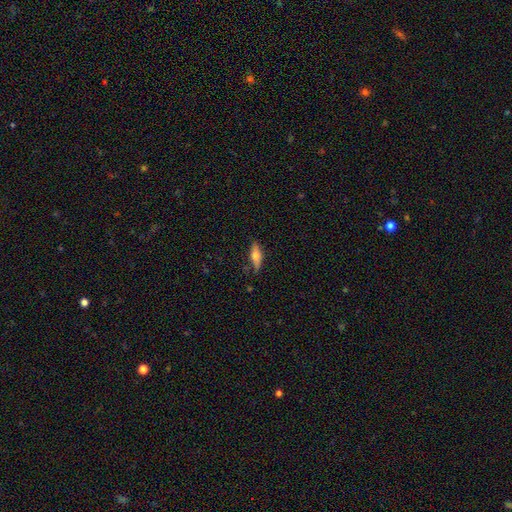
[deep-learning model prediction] Q: Smooth or featured?
A: smooth (58%); runner-up: featured or disk (35%)
Q: How rounded?
A: cigar-shaped (50%); runner-up: in between (47%)
Q: Merging?
A: none (76%); runner-up: minor disturbance (18%)